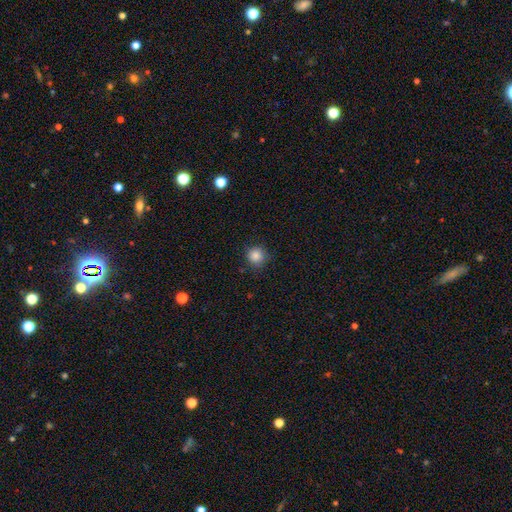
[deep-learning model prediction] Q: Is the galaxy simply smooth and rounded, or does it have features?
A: smooth — 85%.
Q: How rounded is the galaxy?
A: round — 93%.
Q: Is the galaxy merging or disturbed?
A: none — 85%.